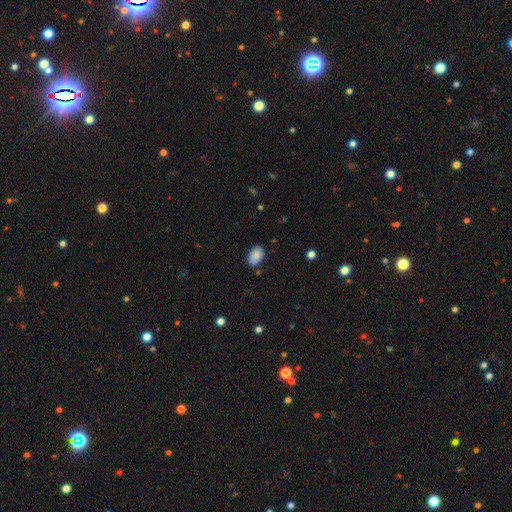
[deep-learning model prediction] This appears to be a smooth galaxy with no disk features (87%) that is in between round and cigar-shaped (90%). Merging: none (76%).